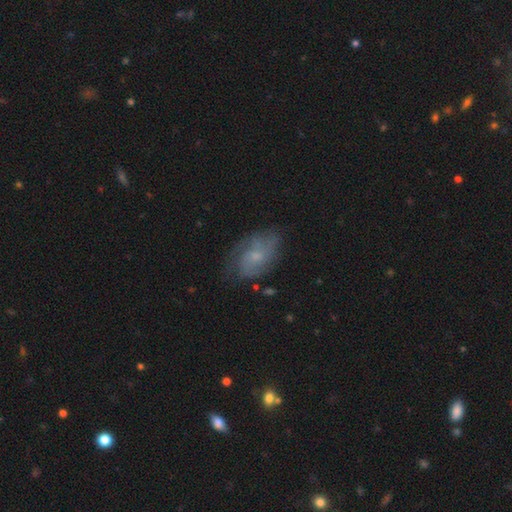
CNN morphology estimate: type=featured or disk (62%); edge-on=no (96%); bar=no (73%); spiral arms=yes (83%); bulge=small (60%); merging=none (66%).